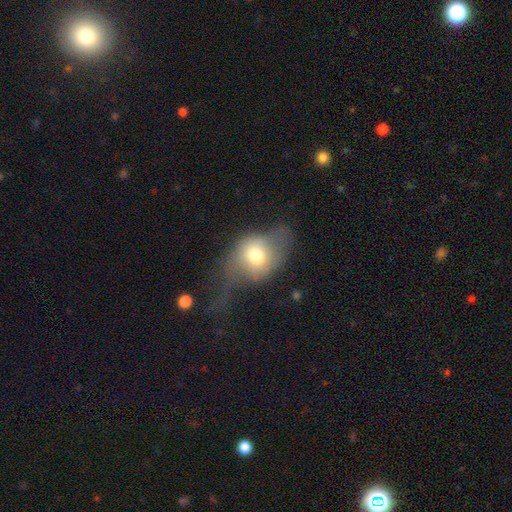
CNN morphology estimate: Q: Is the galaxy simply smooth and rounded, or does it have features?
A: smooth — 65%.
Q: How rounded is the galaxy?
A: in between — 49%.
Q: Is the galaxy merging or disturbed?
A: major disturbance — 45%.